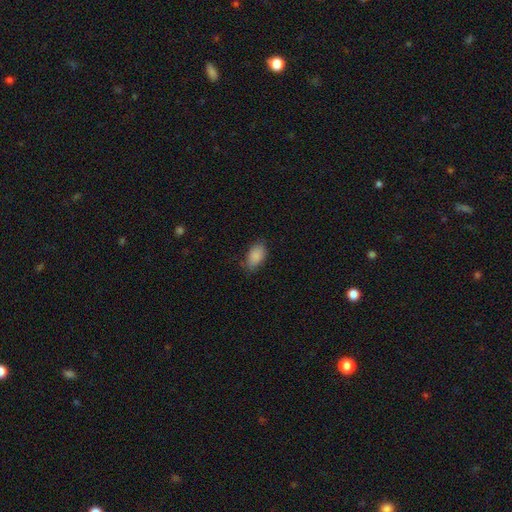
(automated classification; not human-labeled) This appears to be a smooth galaxy with no disk features (88%) that is in between round and cigar-shaped (92%). Merging: none (75%).